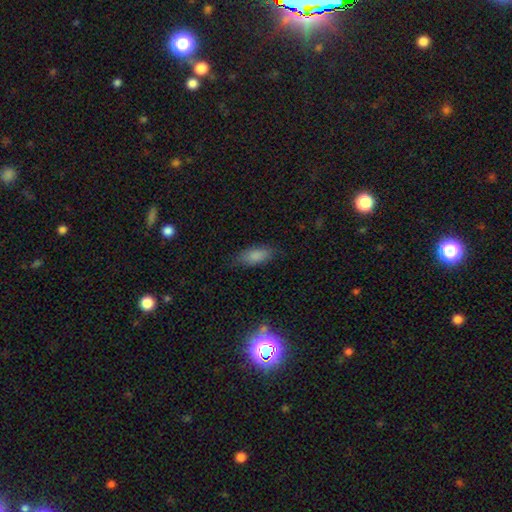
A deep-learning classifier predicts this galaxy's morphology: A smooth galaxy with no disk features (84%) that is in between round and cigar-shaped (84%).

Vote fractions:
- Smooth or featured? smooth: 84% / star or artifact: 8% / featured or disk: 8%
- How rounded? in between: 84% / cigar-shaped: 13% / round: 2%
- Merging? none: 76% / minor disturbance: 18% / major disturbance: 4% / merger: 1%